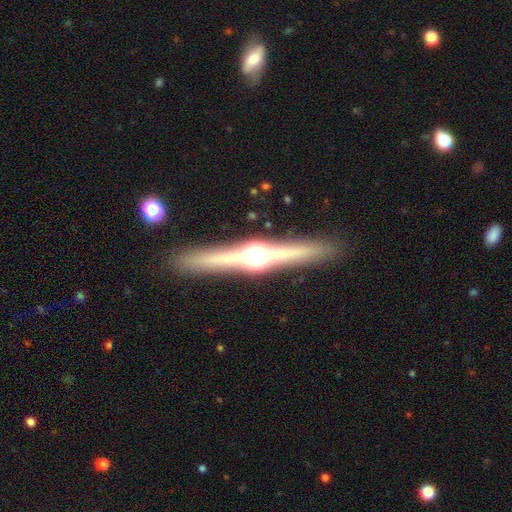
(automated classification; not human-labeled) The model was most divided on "smooth or featured": featured or disk: 81%, smooth: 12%, star or artifact: 6%. More confident: edge-on disk — yes (98%); edge-on bulge — rounded (91%); merging — none (90%).